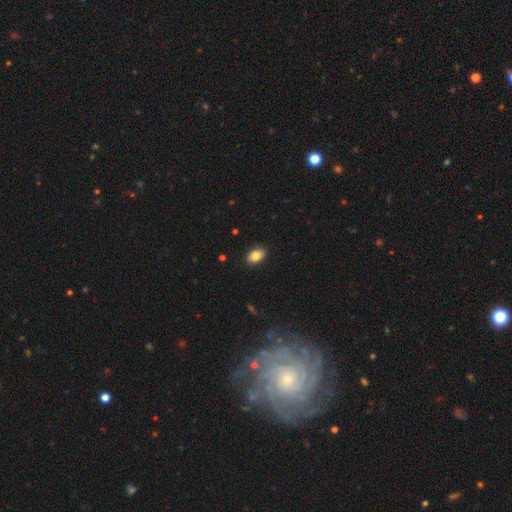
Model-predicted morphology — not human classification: This is clearly a smooth galaxy (84%). How rounded: clearly in between (87%). Merging: clearly none (86%).